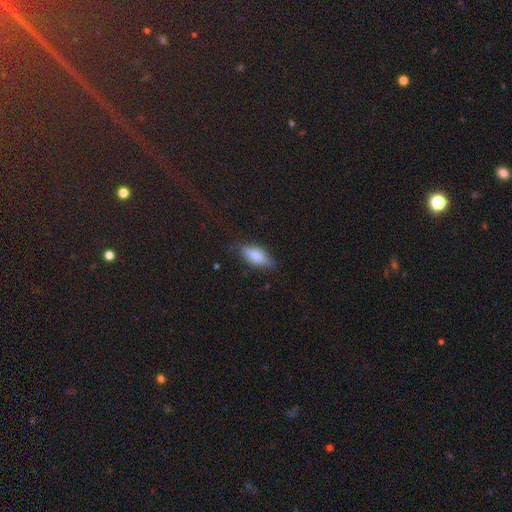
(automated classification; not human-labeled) A smooth galaxy with no disk features (70%) that is in between round and cigar-shaped (73%). Merging: none (77%).